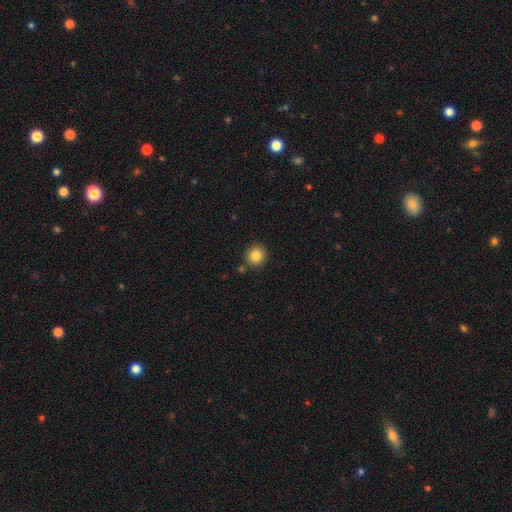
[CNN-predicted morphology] smooth 85%, star or artifact 10%, featured or disk 5%. Down the decision tree: how rounded — round (92%); merging — none (87%).